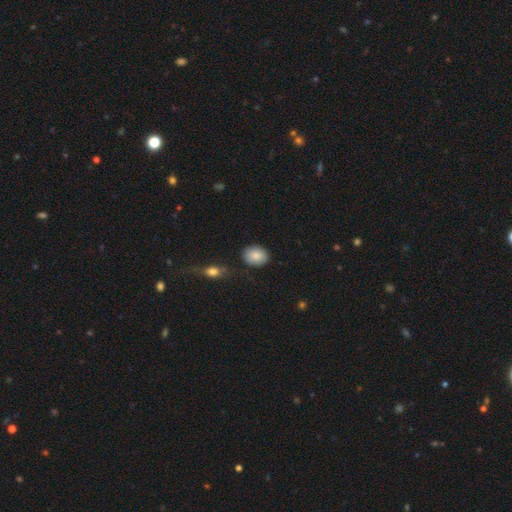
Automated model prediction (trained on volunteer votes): Q: Smooth or featured?
A: smooth (87%); runner-up: star or artifact (7%)
Q: How rounded?
A: in between (57%); runner-up: round (41%)
Q: Merging?
A: none (85%); runner-up: minor disturbance (9%)